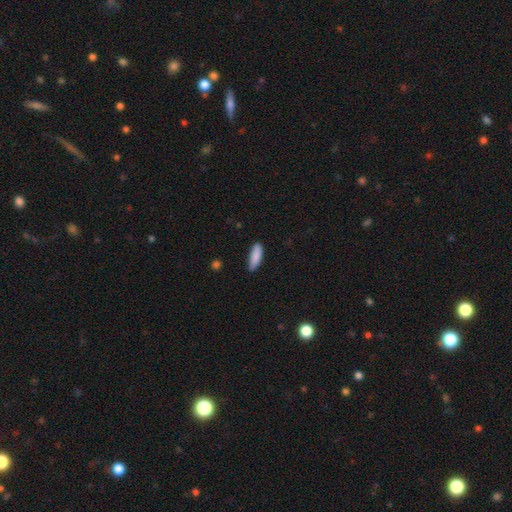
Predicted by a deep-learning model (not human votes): Smooth or featured: smooth — 88% (featured or disk — 6%)
How rounded: cigar-shaped — 52% (in between — 47%)
Merging: none — 76% (minor disturbance — 20%)